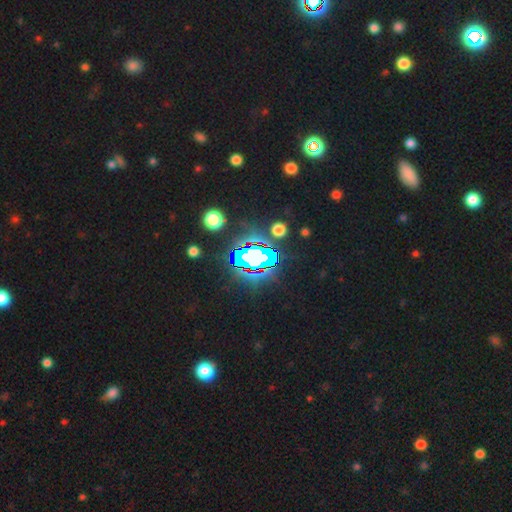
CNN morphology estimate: Q: Smooth or featured?
A: star or artifact (70%); runner-up: smooth (16%)